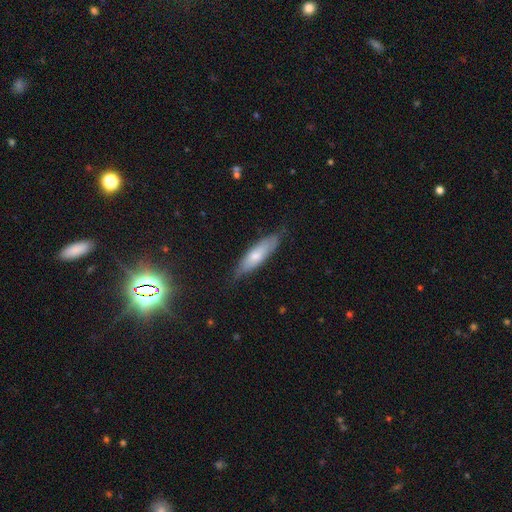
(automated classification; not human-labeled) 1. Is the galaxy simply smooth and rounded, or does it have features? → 63% smooth, 31% featured or disk, 6% star or artifact.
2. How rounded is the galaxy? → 60% cigar-shaped, 38% in between, 2% round.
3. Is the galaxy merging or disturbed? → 75% none, 20% minor disturbance, 4% major disturbance, 1% merger.